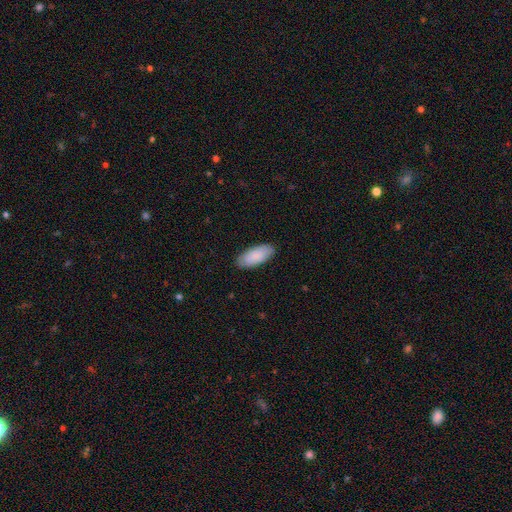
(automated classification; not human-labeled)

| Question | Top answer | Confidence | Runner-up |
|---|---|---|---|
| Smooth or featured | smooth | 89% | featured or disk (6%) |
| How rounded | in between | 88% | cigar-shaped (11%) |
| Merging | none | 87% | minor disturbance (10%) |